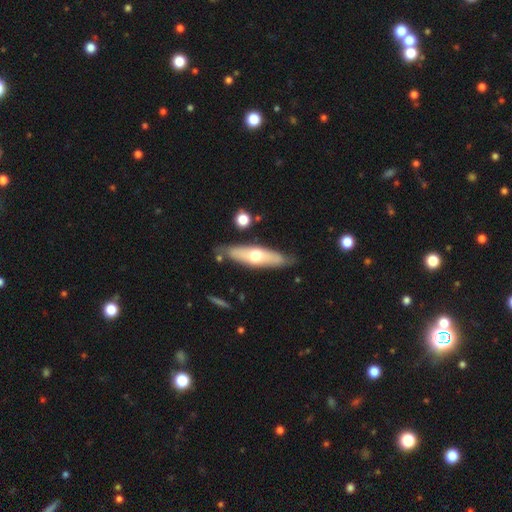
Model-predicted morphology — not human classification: Smooth or featured?
  - featured or disk: 47% * (tied)
  - smooth: 47% * (tied)
  - star or artifact: 5%
Merging?
  - none: 79% *
  - minor disturbance: 14%
  - merger: 4%
  - major disturbance: 3%